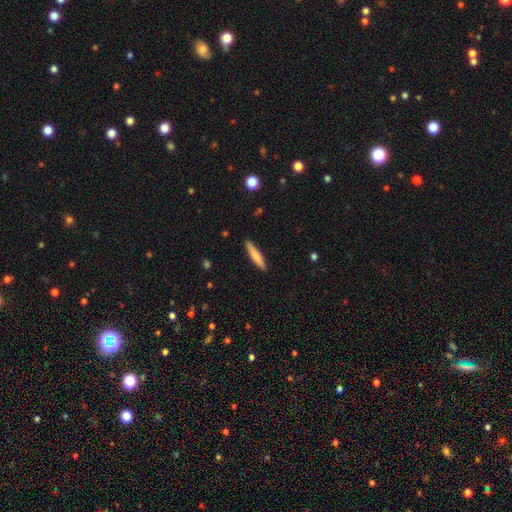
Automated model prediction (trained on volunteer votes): Morphology: type=smooth (75%); roundness=cigar-shaped (90%); merging=none (90%).